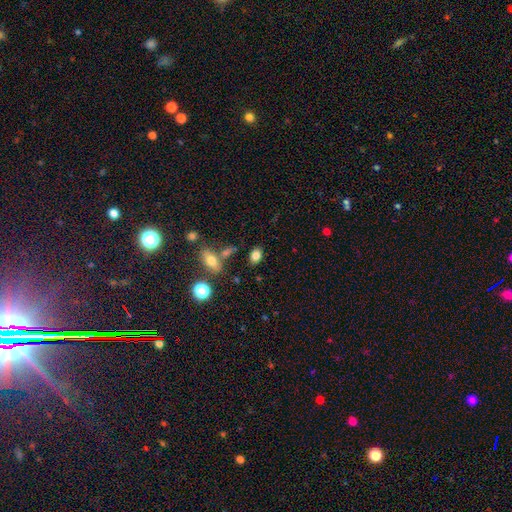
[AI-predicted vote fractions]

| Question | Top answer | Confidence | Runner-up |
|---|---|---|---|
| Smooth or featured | smooth | 82% | star or artifact (10%) |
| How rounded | in between | 83% | round (15%) |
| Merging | none | 78% | minor disturbance (11%) |